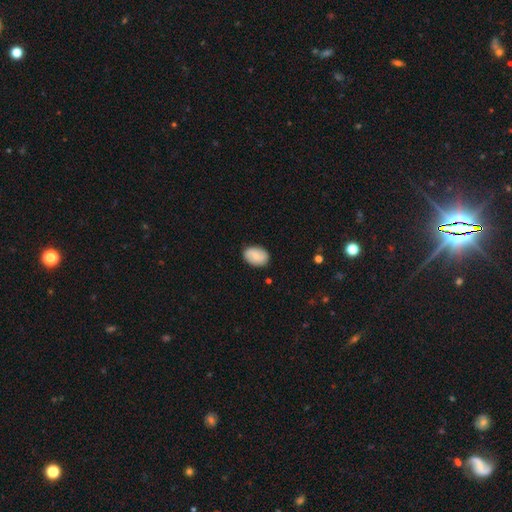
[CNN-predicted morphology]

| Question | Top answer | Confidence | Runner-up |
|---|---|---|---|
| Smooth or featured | smooth | 66% | featured or disk (27%) |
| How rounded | in between | 82% | round (17%) |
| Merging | none | 85% | minor disturbance (12%) |